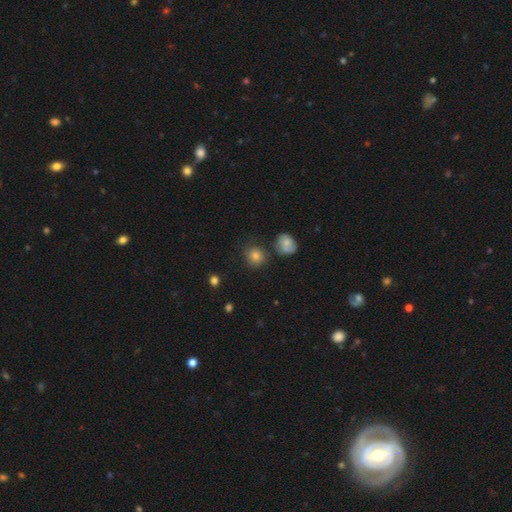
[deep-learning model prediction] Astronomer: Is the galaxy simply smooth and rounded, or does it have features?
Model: smooth — 73%.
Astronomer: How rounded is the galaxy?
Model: round — 88%.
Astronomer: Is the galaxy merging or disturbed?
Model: none — 76%.